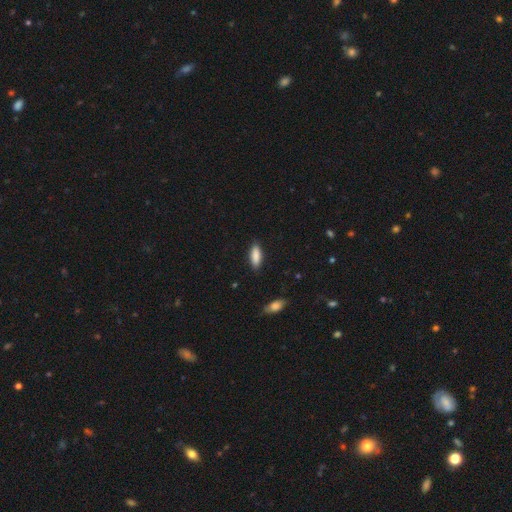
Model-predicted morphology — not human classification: smooth-or-featured: smooth: 87% | featured or disk: 7% | star or artifact: 6%
  how-rounded: in between: 64% | cigar-shaped: 35% | round: 2%
  merging: none: 87% | minor disturbance: 10% | major disturbance: 2% | merger: 1%